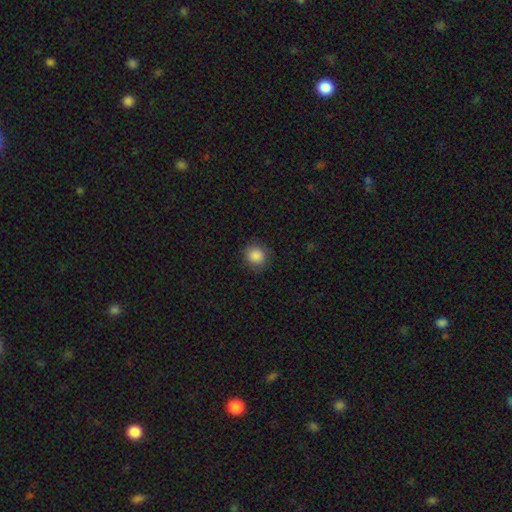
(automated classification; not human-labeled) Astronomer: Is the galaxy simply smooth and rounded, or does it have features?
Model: smooth — 87%.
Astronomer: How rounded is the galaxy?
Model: round — 88%.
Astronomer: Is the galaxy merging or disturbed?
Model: none — 87%.